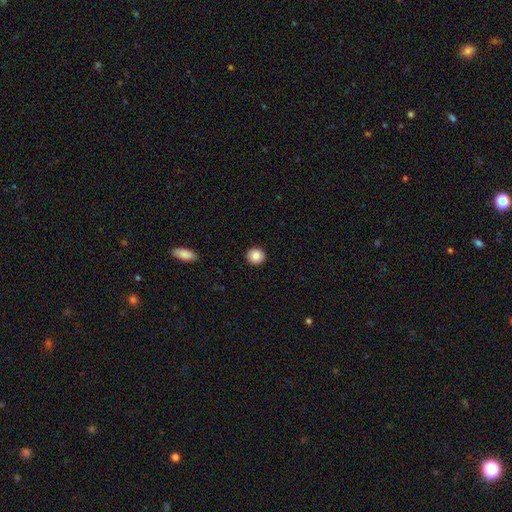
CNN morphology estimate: A smooth galaxy with no disk features (84%) that is round (92%). Merging: none (93%).